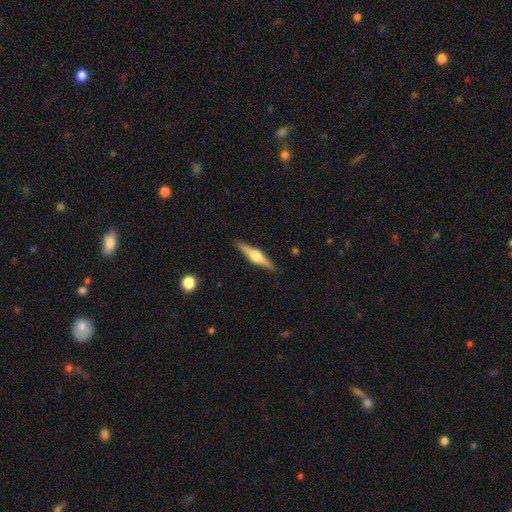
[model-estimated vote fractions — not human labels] This appears to be a featured or disk galaxy (74%) viewed edge-on (98%) with a rounded central bulge (93%). Merging: none (90%).